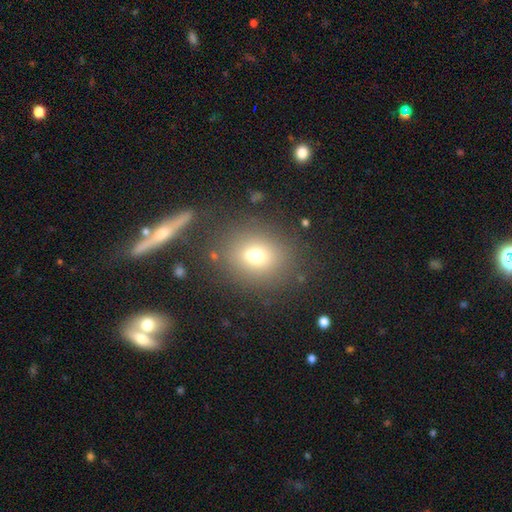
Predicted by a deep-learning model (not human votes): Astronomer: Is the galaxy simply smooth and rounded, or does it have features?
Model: smooth — 70%.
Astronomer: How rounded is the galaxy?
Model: round — 64%.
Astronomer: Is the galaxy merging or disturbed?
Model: none — 74%.